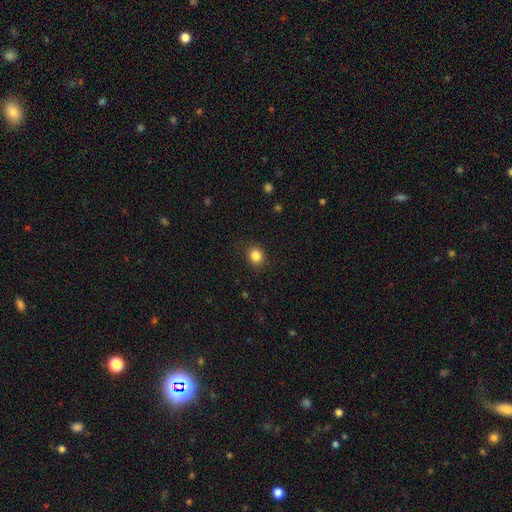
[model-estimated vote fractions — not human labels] Smooth or featured?
  - smooth: 85% *
  - star or artifact: 11%
  - featured or disk: 5%
How rounded?
  - round: 78% *
  - in between: 21%
  - cigar-shaped: 1%
Merging?
  - none: 89% *
  - minor disturbance: 7%
  - major disturbance: 2%
  - merger: 1%